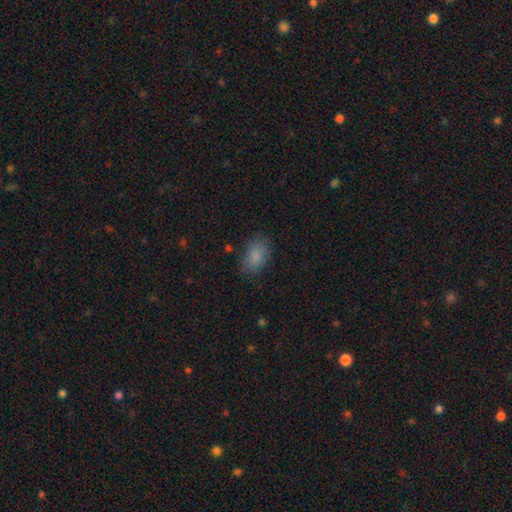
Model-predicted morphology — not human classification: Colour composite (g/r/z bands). It shows a smooth galaxy with no disk features (86%) that is in between round and cigar-shaped (88%). Merging: none (80%).